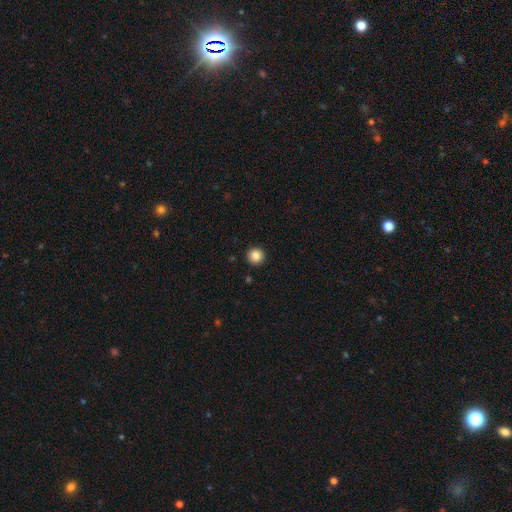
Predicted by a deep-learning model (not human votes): smooth-or-featured: smooth: 87% | star or artifact: 10% | featured or disk: 4%
  how-rounded: round: 96% | in between: 3% | cigar-shaped: 1%
  merging: none: 93% | minor disturbance: 4% | major disturbance: 2% | merger: 1%